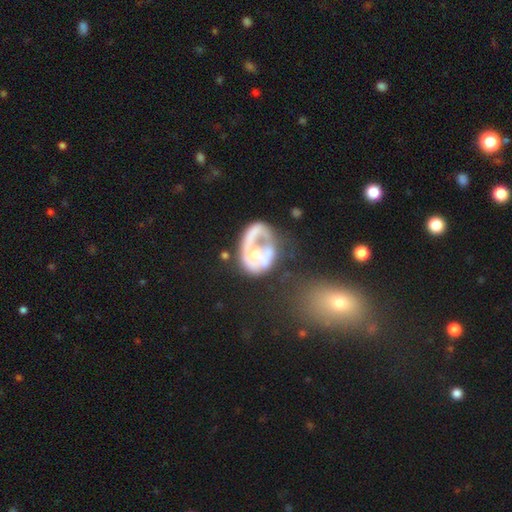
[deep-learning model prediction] The model was most divided on "bulge size": moderate: 39%, none: 29%, small: 22%, large: 7%, dominant: 2%. Remaining: edge-on disk — no (98%); bar — no (86%); spiral arms — no (76%); smooth or featured — featured or disk (64%); merging — major disturbance (41%).